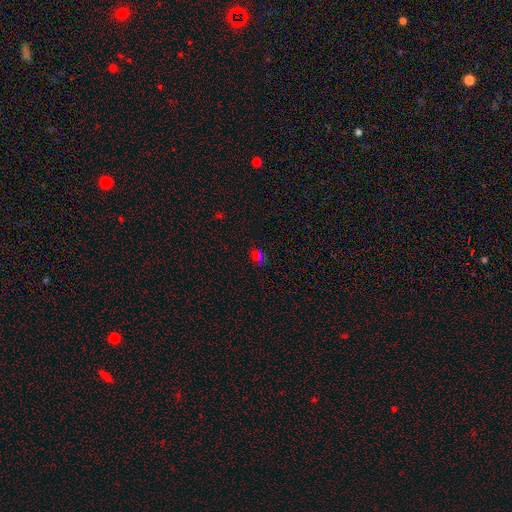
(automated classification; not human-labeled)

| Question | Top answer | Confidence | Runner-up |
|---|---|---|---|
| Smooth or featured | smooth | 50% | star or artifact (42%) |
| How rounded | in between | 55% | round (41%) |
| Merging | none | 80% | minor disturbance (13%) |